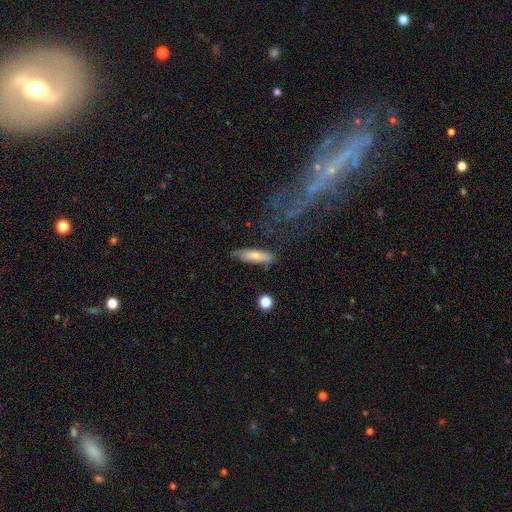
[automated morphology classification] This is likely a smooth galaxy (66%). How rounded: likely cigar-shaped (61%). Merging: likely none (69%).